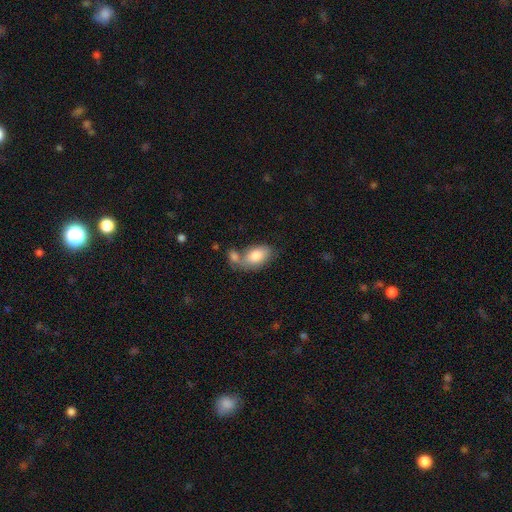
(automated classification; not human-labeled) Smooth or featured? smooth (82%)
How rounded? in between (92%)
Merging? none (45%)